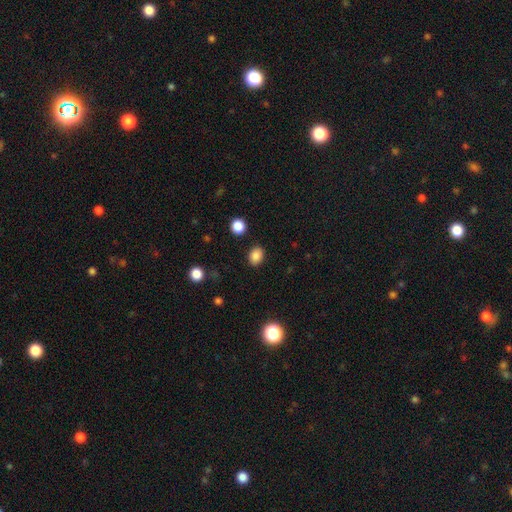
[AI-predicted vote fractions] A smooth galaxy with no disk features (85%) that is in between round and cigar-shaped (57%). Merging: none (88%).